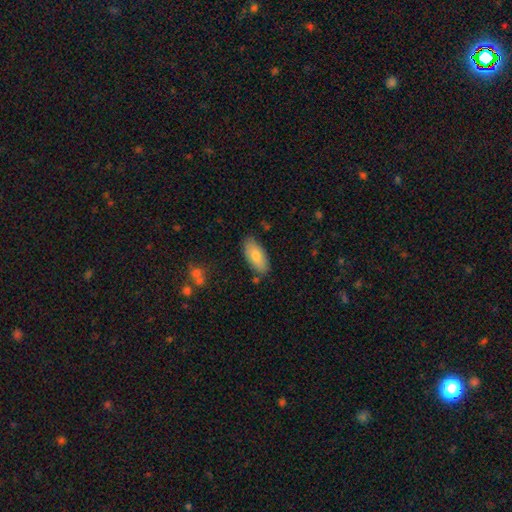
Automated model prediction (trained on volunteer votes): smooth 78%, featured or disk 16%, star or artifact 6%. Down the decision tree: how rounded — in between (89%); merging — none (83%).